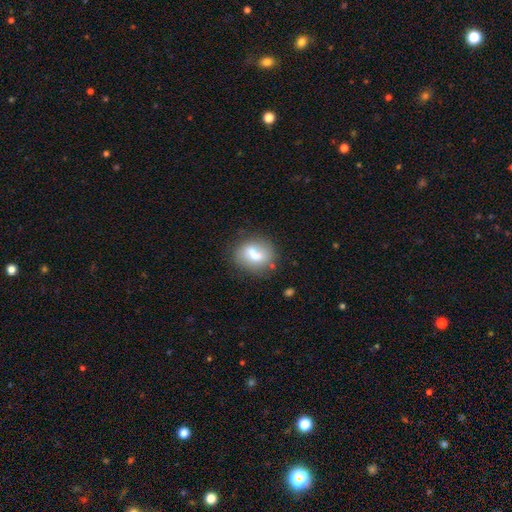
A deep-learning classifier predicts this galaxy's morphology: A smooth galaxy with no disk features (64%) that is round (55%). Merging: none (61%).